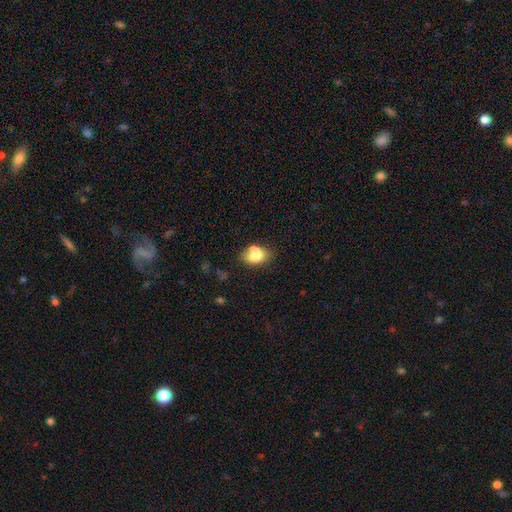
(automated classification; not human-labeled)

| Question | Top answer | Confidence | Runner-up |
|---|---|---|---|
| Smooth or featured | smooth | 69% | featured or disk (21%) |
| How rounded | in between | 70% | round (29%) |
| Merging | none | 38% | merger (34%) |